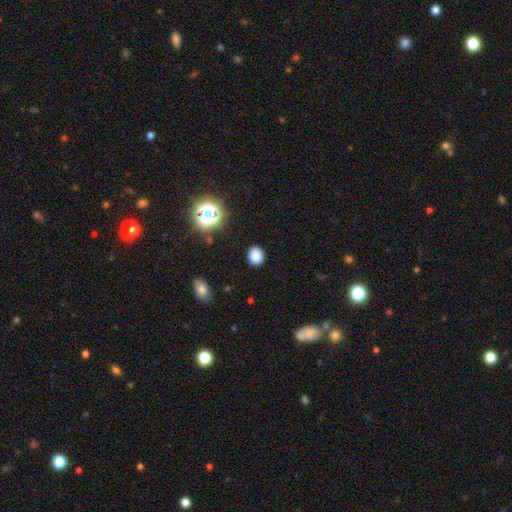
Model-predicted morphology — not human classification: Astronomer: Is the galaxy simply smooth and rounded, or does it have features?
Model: smooth — 81%.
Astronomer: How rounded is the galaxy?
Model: round — 56% (runner-up: in between, 43%).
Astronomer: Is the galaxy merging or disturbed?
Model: none — 87%.